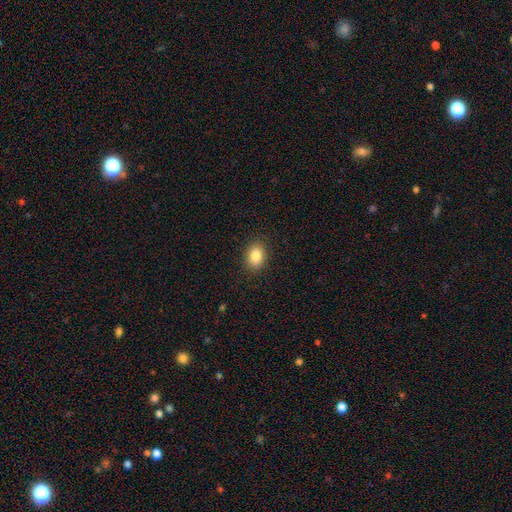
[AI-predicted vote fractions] A smooth galaxy with no disk features (85%) that is in between round and cigar-shaped (70%).

Vote fractions:
- Smooth or featured? smooth: 85% / star or artifact: 9% / featured or disk: 6%
- How rounded? in between: 70% / round: 29% / cigar-shaped: 1%
- Merging? none: 89% / minor disturbance: 8% / major disturbance: 2% / merger: 1%